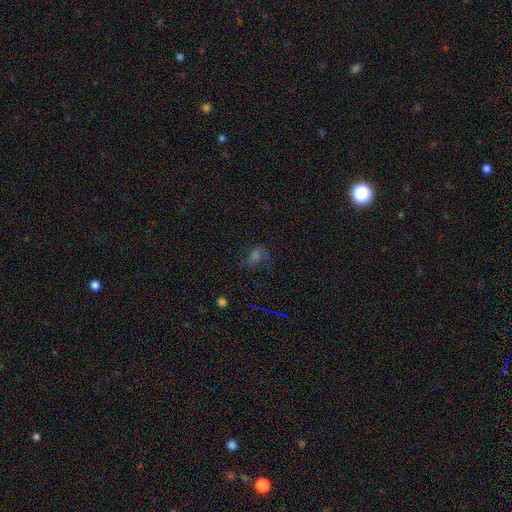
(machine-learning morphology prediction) Smooth or featured? Predicted: featured or disk (p=0.34, tied with star or artifact). Merging? Predicted: none (p=0.51).